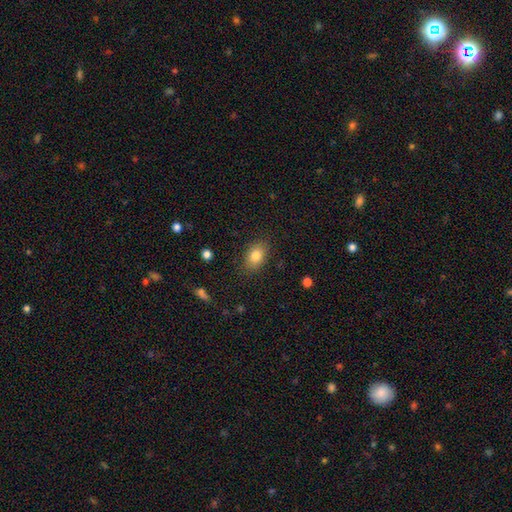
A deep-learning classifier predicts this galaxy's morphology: The model was most divided on "how rounded": in between: 80%, round: 19%, cigar-shaped: 1%. More confident: merging — none (84%); smooth or featured — smooth (82%).